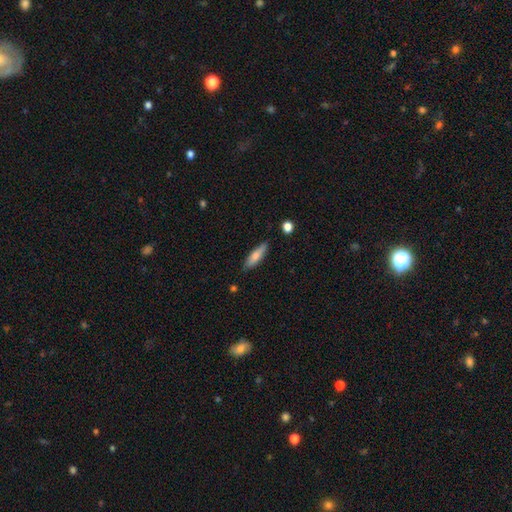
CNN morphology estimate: smooth 73%, featured or disk 21%, star or artifact 6%. Down the decision tree: how rounded — cigar-shaped (63%); merging — none (82%).